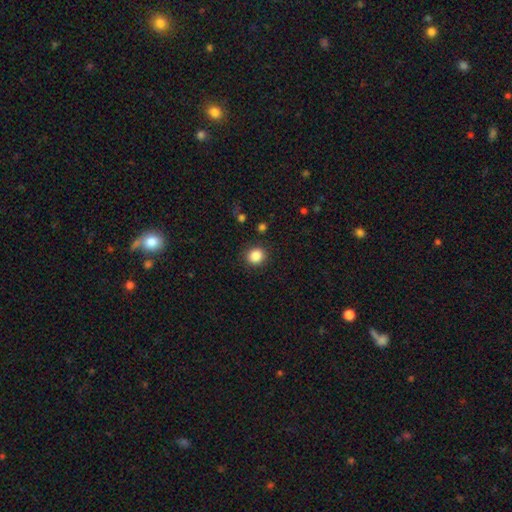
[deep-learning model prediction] smooth 86%, star or artifact 10%, featured or disk 4%. Down the decision tree: how rounded — round (83%); merging — none (89%).